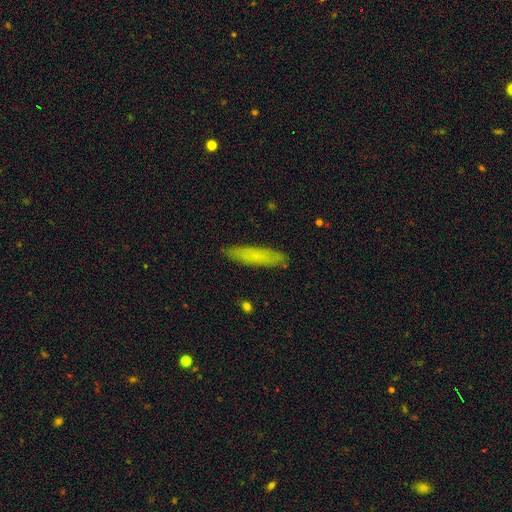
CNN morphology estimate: Smooth or featured? smooth (73%)
How rounded? cigar-shaped (79%)
Merging? none (88%)